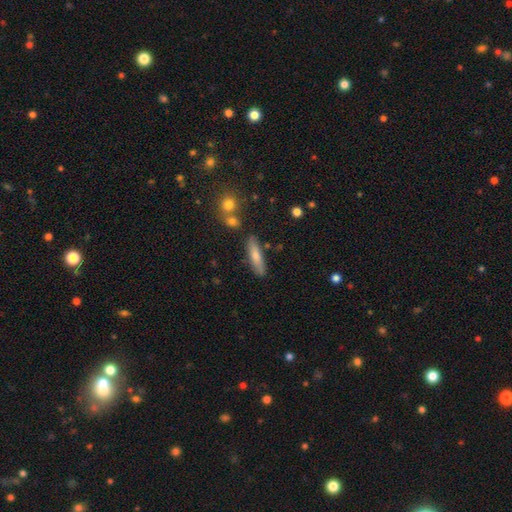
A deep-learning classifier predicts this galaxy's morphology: Q: Smooth or featured?
A: smooth (71%); runner-up: featured or disk (22%)
Q: How rounded?
A: cigar-shaped (72%); runner-up: in between (26%)
Q: Merging?
A: none (80%); runner-up: minor disturbance (12%)